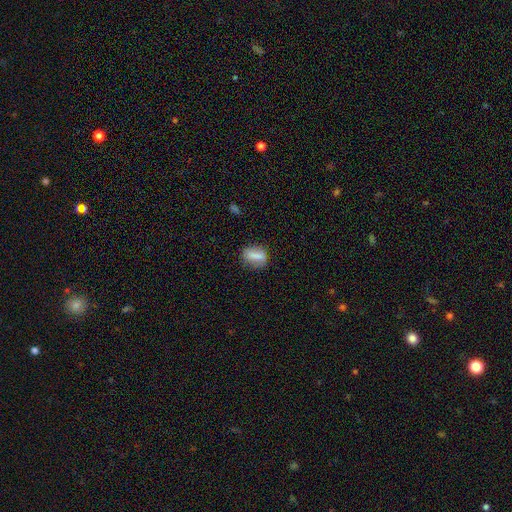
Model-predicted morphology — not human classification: Q: Smooth or featured?
A: smooth (76%); runner-up: featured or disk (15%)
Q: How rounded?
A: in between (72%); runner-up: round (18%)
Q: Merging?
A: none (72%); runner-up: minor disturbance (20%)